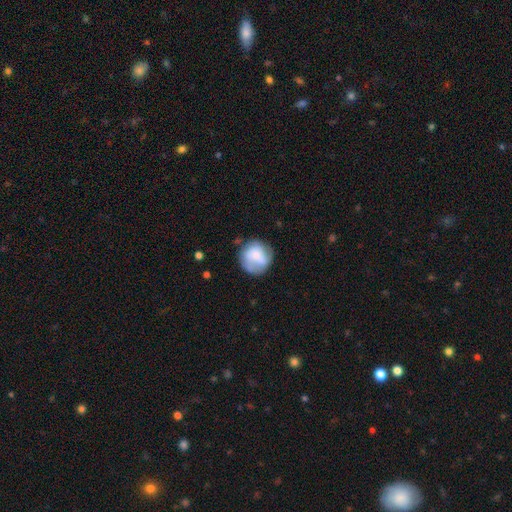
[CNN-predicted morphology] Smooth or featured?
  - smooth: 59% *
  - featured or disk: 34%
  - star or artifact: 8%
How rounded?
  - round: 87% *
  - in between: 12%
  - cigar-shaped: 1%
Merging?
  - none: 61% *
  - minor disturbance: 23%
  - major disturbance: 11%
  - merger: 5%